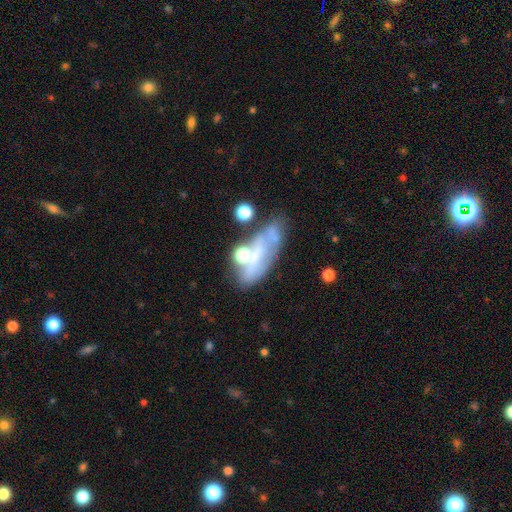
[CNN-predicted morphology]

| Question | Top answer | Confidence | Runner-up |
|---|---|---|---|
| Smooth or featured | featured or disk | 47% | smooth (36%) |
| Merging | none | 44% | minor disturbance (23%) |